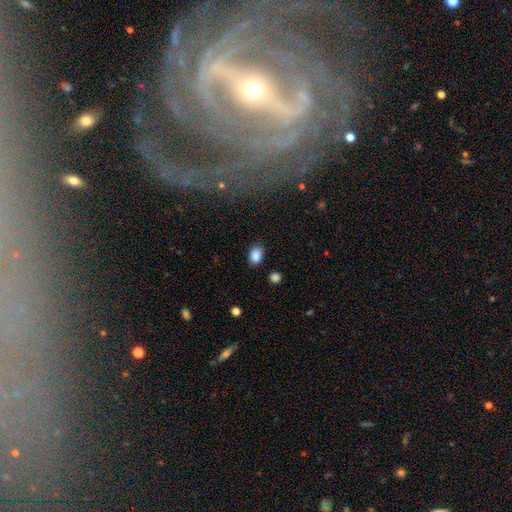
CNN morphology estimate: This appears to be a smooth galaxy with no disk features (87%) that is in between round and cigar-shaped (70%). Merging: none (83%).